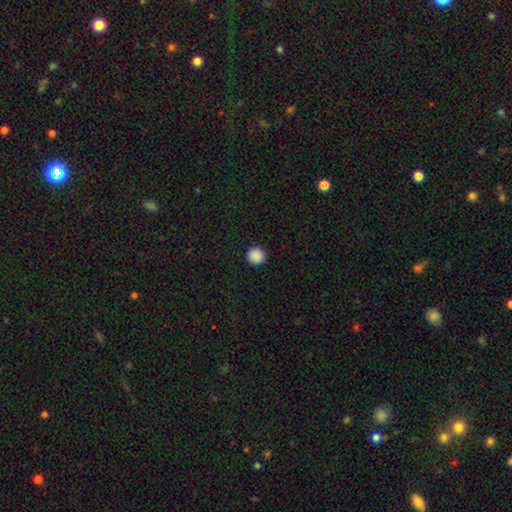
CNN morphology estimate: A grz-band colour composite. It shows a smooth galaxy with no disk features (89%) that is round (96%). Merging: none (94%).